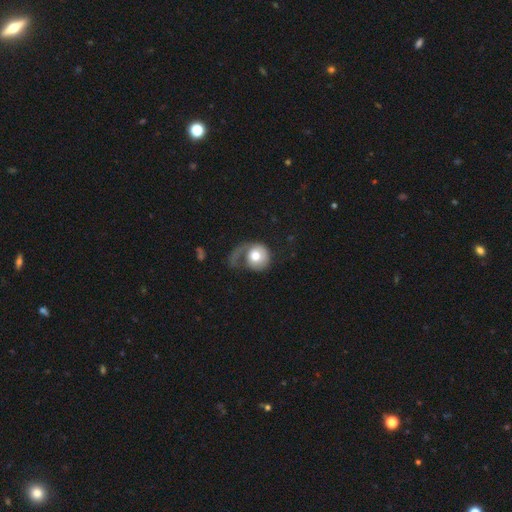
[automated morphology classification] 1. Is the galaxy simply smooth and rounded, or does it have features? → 52% smooth, 42% featured or disk, 6% star or artifact.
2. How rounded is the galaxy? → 79% round, 20% in between, 1% cigar-shaped.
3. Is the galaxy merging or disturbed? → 54% major disturbance, 25% none, 17% minor disturbance, 4% merger.